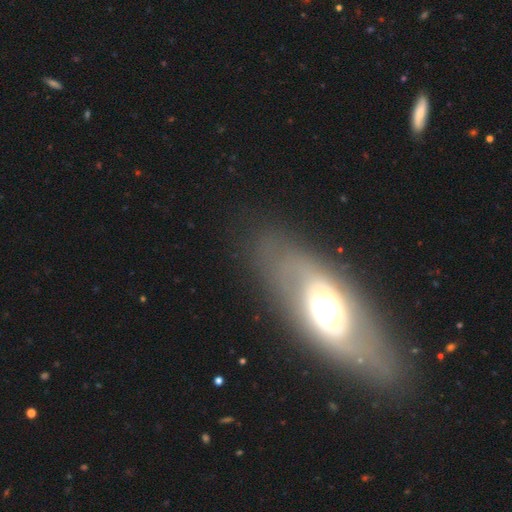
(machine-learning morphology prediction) Smooth or featured?
  - featured or disk: 68% *
  - smooth: 24%
  - star or artifact: 8%
Edge-on disk?
  - no: 78% *
  - yes: 22%
Bar?
  - no: 59% *
  - weak: 27%
  - strong: 14%
Spiral arms?
  - yes: 50% * (tied)
  - no: 50% * (tied)
Bulge size?
  - moderate: 49% *
  - large: 39%
  - dominant: 6%
  - small: 5%
  - none: 1%
Merging?
  - none: 84% *
  - minor disturbance: 10%
  - major disturbance: 4%
  - merger: 2%